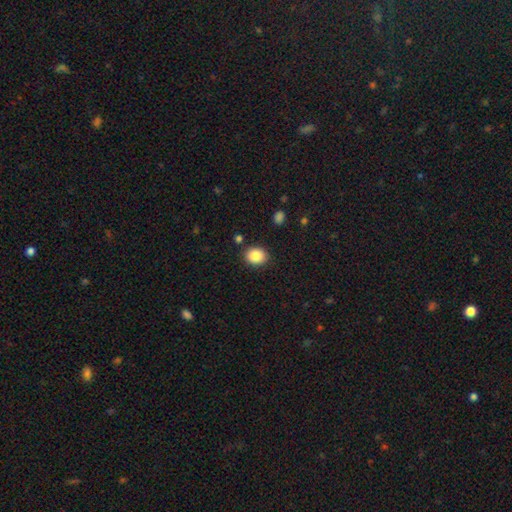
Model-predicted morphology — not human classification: Q: Smooth or featured?
A: smooth (88%); runner-up: star or artifact (8%)
Q: How rounded?
A: round (58%); runner-up: in between (41%)
Q: Merging?
A: none (87%); runner-up: minor disturbance (8%)